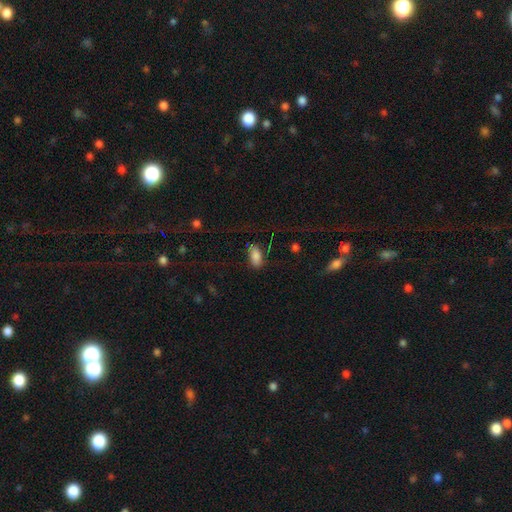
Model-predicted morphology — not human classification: type=smooth (82%); roundness=in between (91%); merging=none (67%).